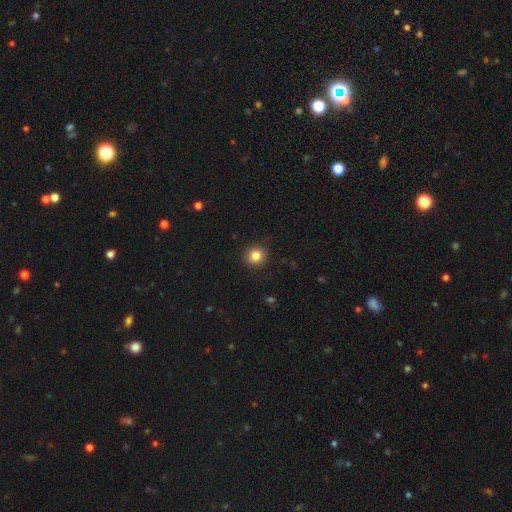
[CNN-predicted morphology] Overall: smooth (84%). How rounded: round (91%). Merging: none (92%).